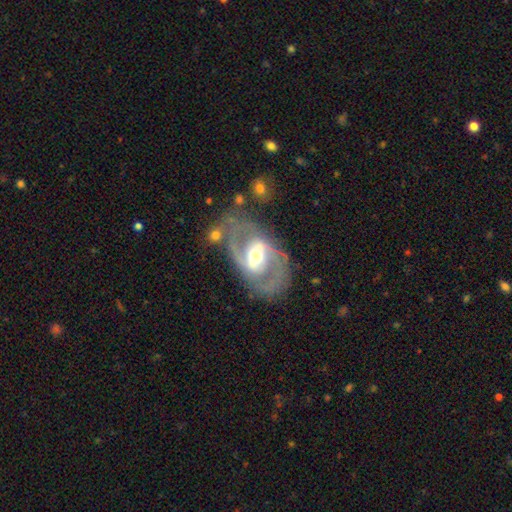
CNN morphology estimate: type=featured or disk (84%); edge-on=no (95%); bar=strong (47%); spiral arms=yes (84%); winding=medium (49%); arm count=2 (85%); bulge=moderate (67%); merging=none (70%).